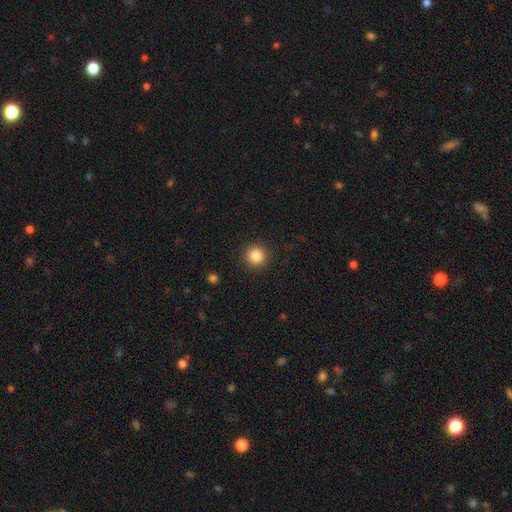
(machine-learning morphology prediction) smooth_or_featured: smooth (p=0.85) [alt: star or artifact p=0.11]
how_rounded: round (p=0.95) [alt: in between p=0.04]
merging: none (p=0.92) [alt: minor disturbance p=0.05]